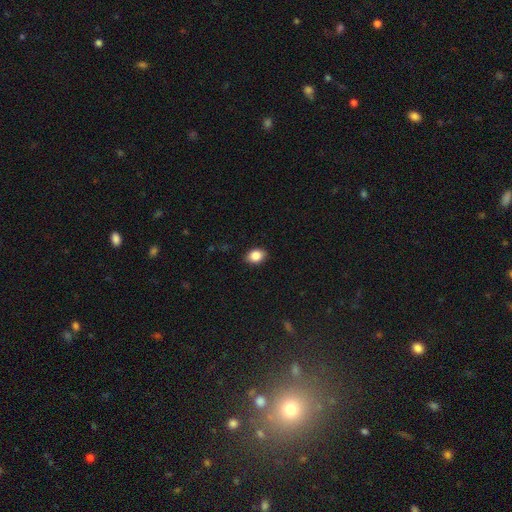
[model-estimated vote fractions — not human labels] Smooth or featured: smooth — 86% (star or artifact — 9%)
How rounded: in between — 67% (round — 32%)
Merging: none — 86% (minor disturbance — 10%)